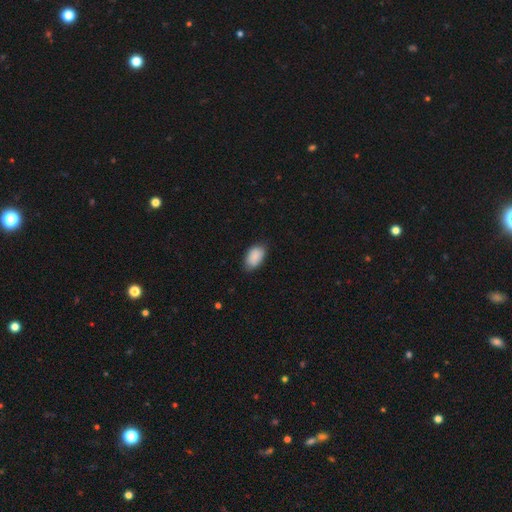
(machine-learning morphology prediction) Smooth or featured? Predicted: smooth (p=0.89). How rounded? Predicted: in between (p=0.93). Merging? Predicted: none (p=0.77).